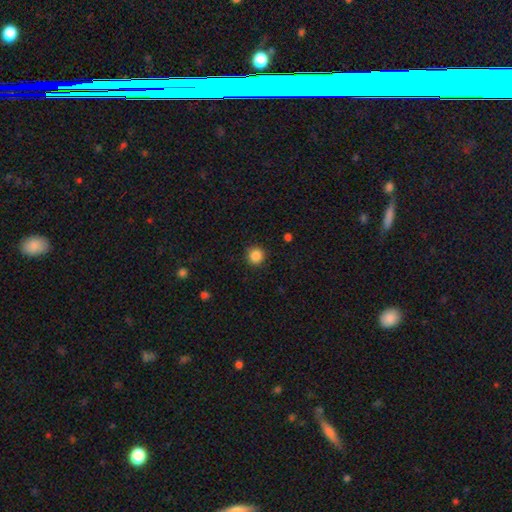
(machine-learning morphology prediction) A smooth galaxy with no disk features (87%) that is round (93%).

Vote fractions:
- Smooth or featured? smooth: 87% / star or artifact: 10% / featured or disk: 3%
- How rounded? round: 93% / in between: 6% / cigar-shaped: 1%
- Merging? none: 90% / minor disturbance: 7% / major disturbance: 2% / merger: 1%